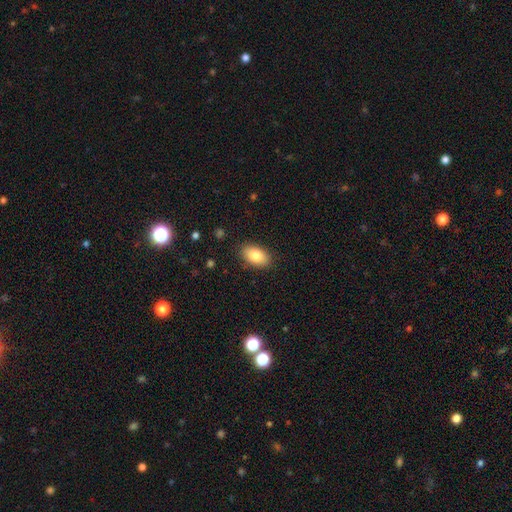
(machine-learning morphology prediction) type=smooth (83%); roundness=in between (92%); merging=none (87%).